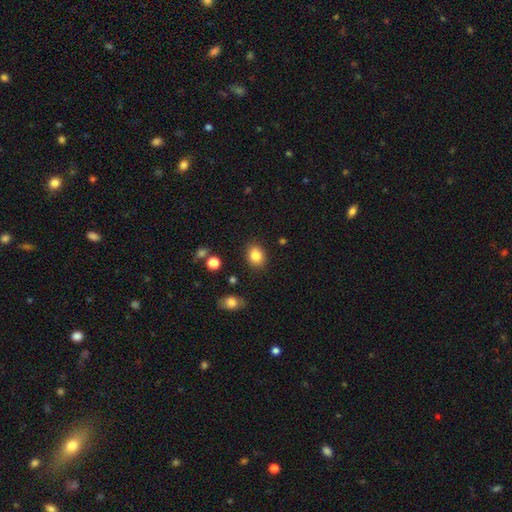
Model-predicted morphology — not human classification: Smooth or featured? Predicted: smooth (p=0.83). How rounded? Predicted: in between (p=0.54). Merging? Predicted: none (p=0.86).